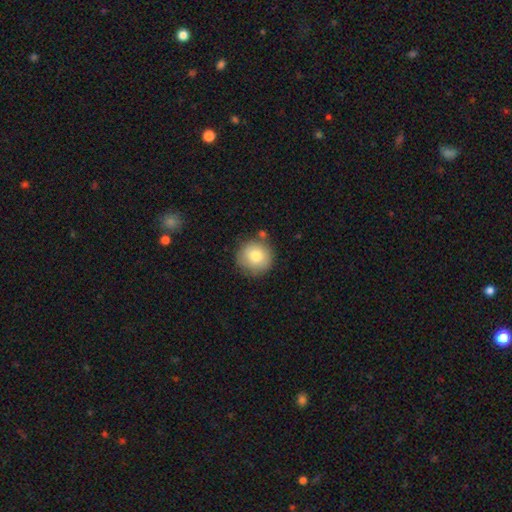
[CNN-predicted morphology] This is likely a smooth galaxy (79%). How rounded: clearly round (93%). Merging: likely none (78%).